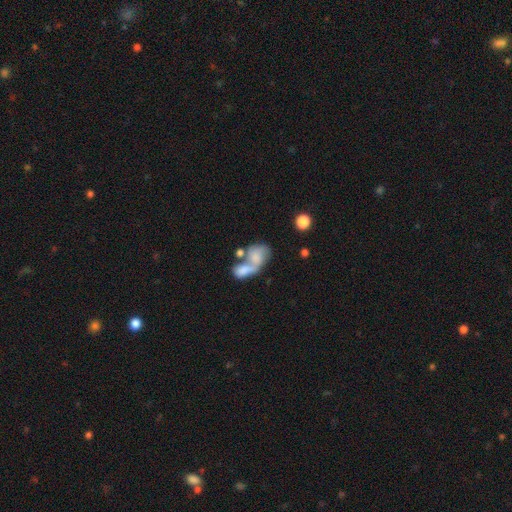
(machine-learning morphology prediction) Smooth or featured? smooth (56%)
How rounded? in between (78%)
Merging? merger (68%)